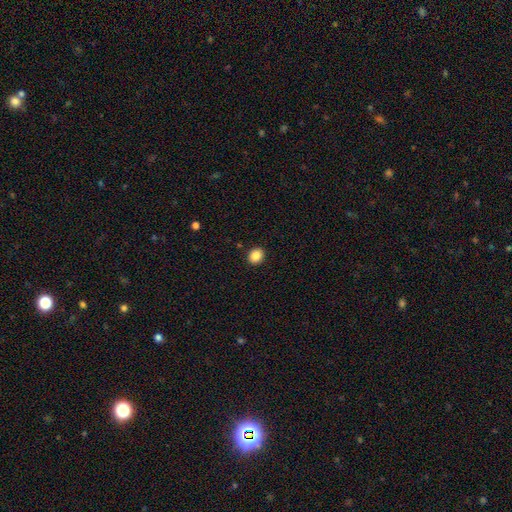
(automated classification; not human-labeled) Q: Smooth or featured?
A: smooth (88%); runner-up: star or artifact (9%)
Q: How rounded?
A: round (72%); runner-up: in between (28%)
Q: Merging?
A: none (92%); runner-up: minor disturbance (6%)